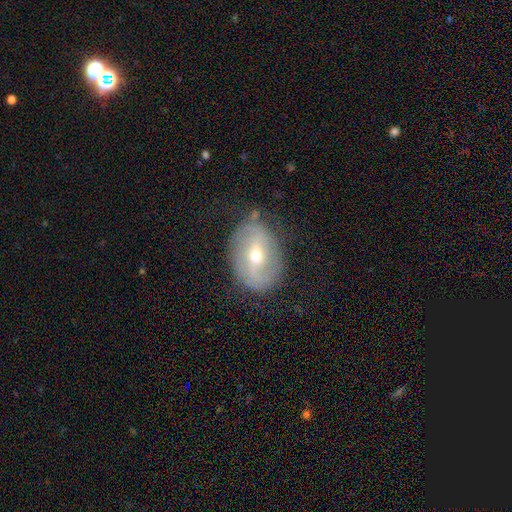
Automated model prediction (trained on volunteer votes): The model was most divided on "spiral winding": medium: 38%, loose: 33%, tight: 29%. Remaining: edge-on disk — no (94%); spiral arm count — 2 (75%); spiral arms — yes (74%); merging — none (74%); smooth or featured — featured or disk (72%); bulge size — moderate (53%); bar — weak (43%).